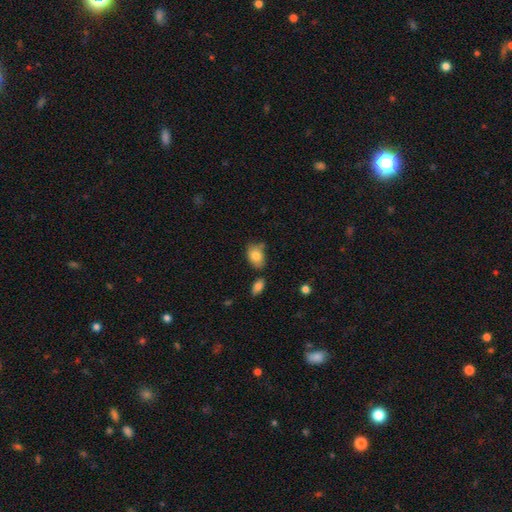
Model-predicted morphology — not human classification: Smooth or featured? smooth (80%)
How rounded? in between (80%)
Merging? none (59%)